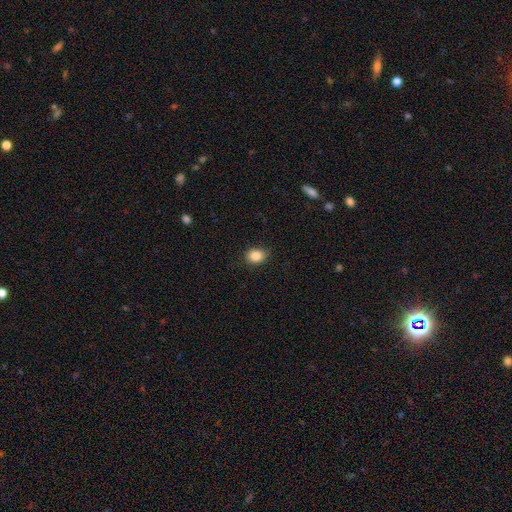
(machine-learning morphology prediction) A smooth galaxy with no disk features (86%) that is in between round and cigar-shaped (53%).

Vote fractions:
- Smooth or featured? smooth: 86% / star or artifact: 9% / featured or disk: 5%
- How rounded? in between: 53% / round: 46% / cigar-shaped: 1%
- Merging? none: 87% / minor disturbance: 10% / major disturbance: 2% / merger: 1%